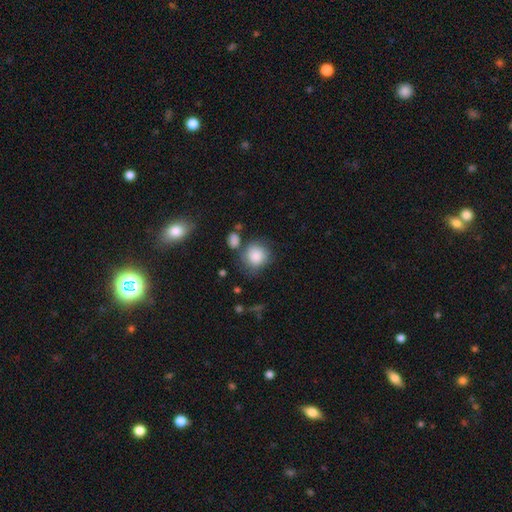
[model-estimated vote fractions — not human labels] The model was most divided on "merging": none: 60%, minor disturbance: 20%, merger: 11%, major disturbance: 9%. More confident: smooth or featured — smooth (84%); how rounded — round (83%).